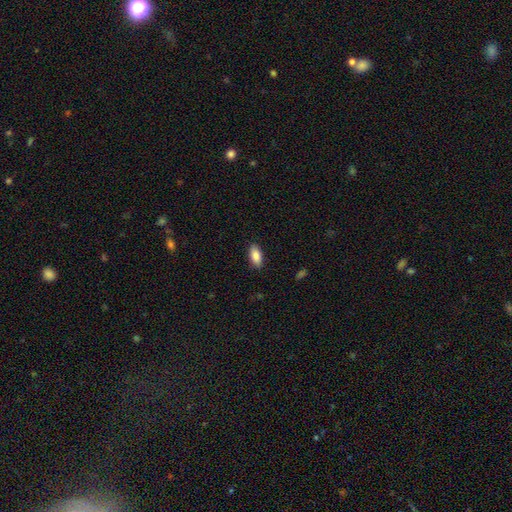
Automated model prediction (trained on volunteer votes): Smooth or featured: smooth — 87% (featured or disk — 7%)
How rounded: in between — 88% (cigar-shaped — 9%)
Merging: none — 88% (minor disturbance — 9%)